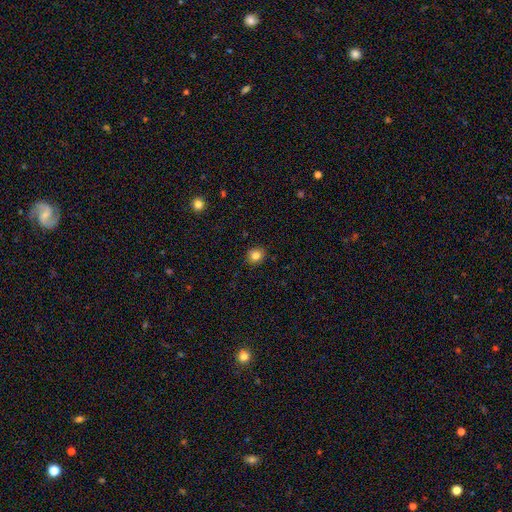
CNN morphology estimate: smooth_or_featured: smooth (p=0.83) [alt: star or artifact p=0.11]
how_rounded: round (p=0.75) [alt: in between p=0.24]
merging: none (p=0.89) [alt: minor disturbance p=0.08]